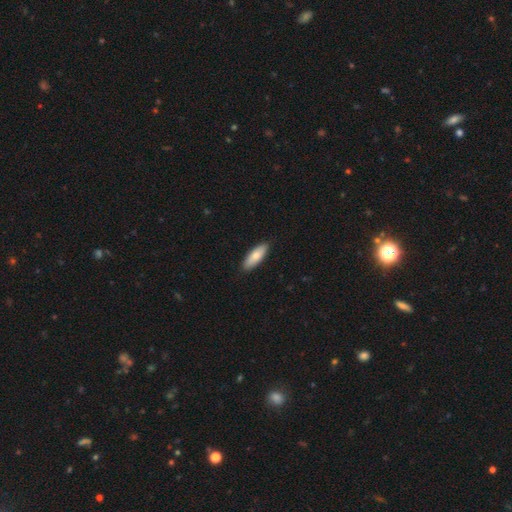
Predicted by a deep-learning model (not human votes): This appears to be a smooth galaxy with no disk features (76%) that is in between round and cigar-shaped (60%). Merging: none (89%).